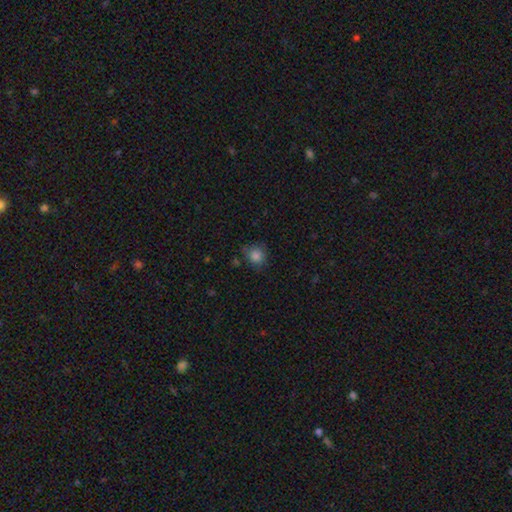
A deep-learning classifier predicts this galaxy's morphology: Overall: smooth (84%). How rounded: round (84%). Merging: none (73%).